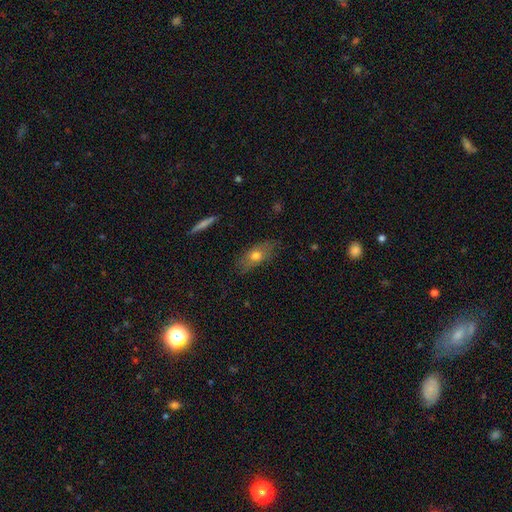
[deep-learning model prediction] This is likely a smooth galaxy (62%). How rounded: likely in between (75%). Merging: likely none (74%).